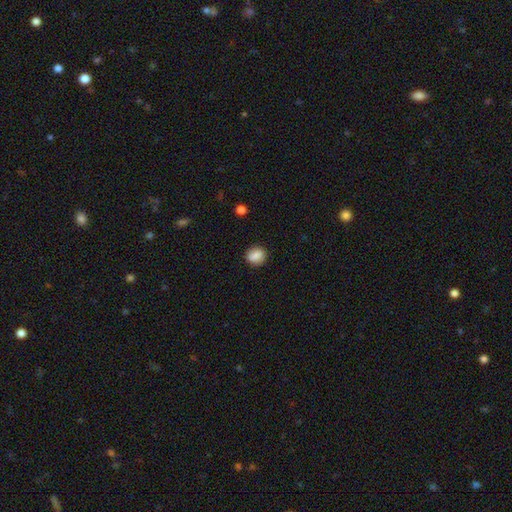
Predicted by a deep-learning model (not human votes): A smooth galaxy with no disk features (85%) that is round (65%).

Vote fractions:
- Smooth or featured? smooth: 85% / star or artifact: 8% / featured or disk: 7%
- How rounded? round: 65% / in between: 33% / cigar-shaped: 1%
- Merging? none: 85% / minor disturbance: 11% / major disturbance: 3% / merger: 1%